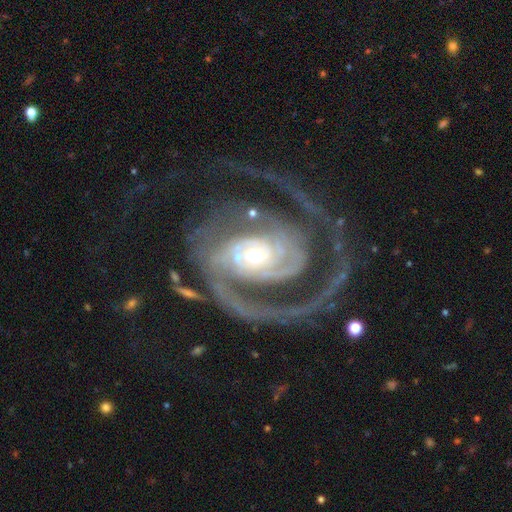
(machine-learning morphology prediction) A featured or disk galaxy (92%) with no bar (62%), 2 (57%) tight (50%) spiral arms (98%) and a small central bulge (51%).

Vote fractions:
- Smooth or featured? featured or disk: 92% / star or artifact: 4% / smooth: 3%
- Edge-on disk? no: 98% / yes: 2%
- Bar? no: 62% / weak: 24% / strong: 14%
- Spiral arms? yes: 98% / no: 2%
- Spiral winding? tight: 50% / medium: 39% / loose: 11%
- Spiral arm count? 2: 57% / 1: 14% / 3: 11% / can't tell: 9% / 4: 4% / more than 4: 4%
- Bulge size? small: 51% / moderate: 42% / large: 5% / dominant: 1% / none: 1%
- Merging? none: 52% / major disturbance: 30% / minor disturbance: 16% / merger: 3%